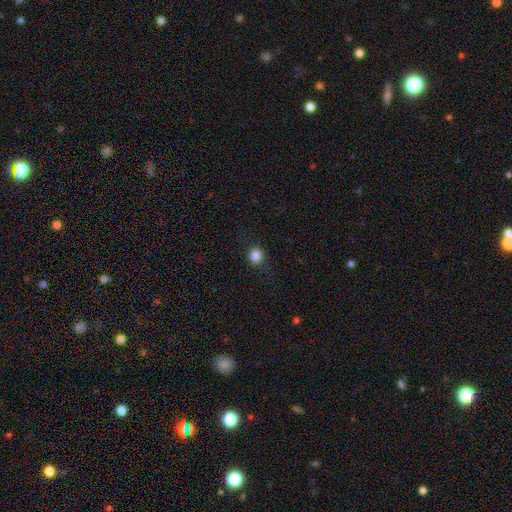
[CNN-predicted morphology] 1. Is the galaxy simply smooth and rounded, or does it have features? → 84% smooth, 12% star or artifact, 4% featured or disk.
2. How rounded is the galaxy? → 89% round, 10% in between, 1% cigar-shaped.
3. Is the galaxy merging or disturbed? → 87% none, 9% minor disturbance, 3% major disturbance, 1% merger.